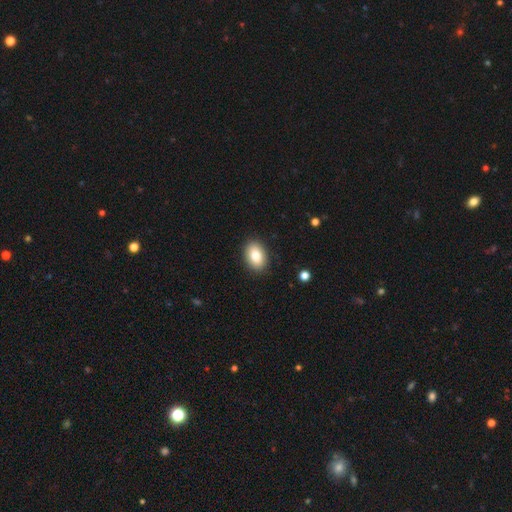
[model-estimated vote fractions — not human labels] Smooth or featured: smooth — 83% (featured or disk — 9%)
How rounded: in between — 84% (round — 14%)
Merging: none — 90% (minor disturbance — 7%)